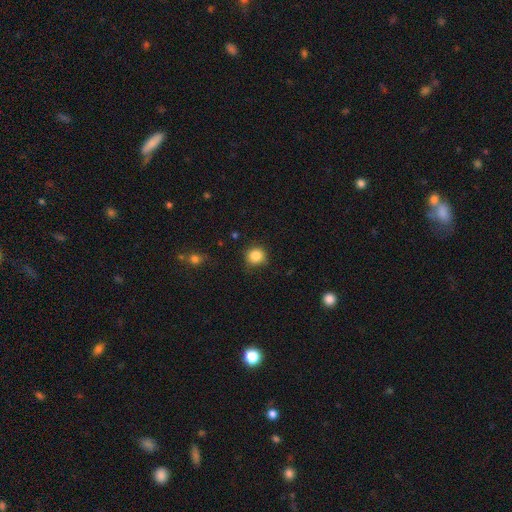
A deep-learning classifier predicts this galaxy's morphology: This is clearly a smooth galaxy (86%). How rounded: clearly round (91%). Merging: clearly none (84%).